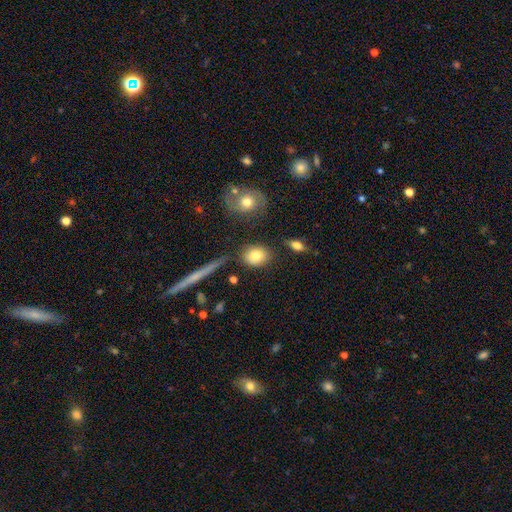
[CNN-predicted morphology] Overall: smooth (82%). How rounded: in between (52%; round 45%). Merging: none (80%).